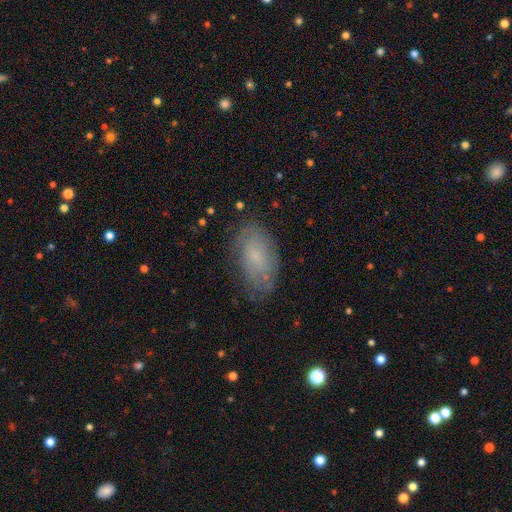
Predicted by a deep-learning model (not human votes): Smooth or featured? Predicted: smooth (p=0.59). How rounded? Predicted: in between (p=0.93). Merging? Predicted: none (p=0.72).